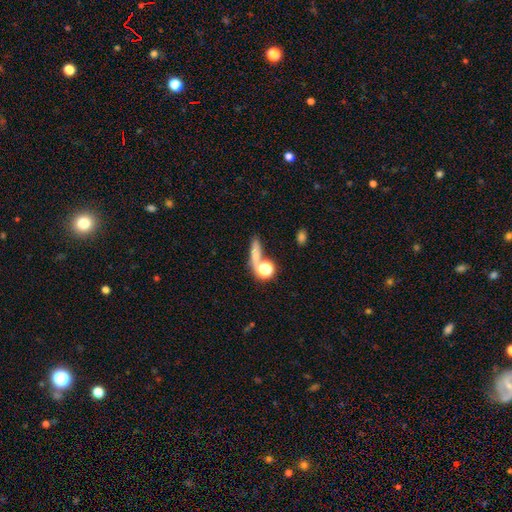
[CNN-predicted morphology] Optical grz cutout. It shows a smooth galaxy with no disk features (64%) that is cigar-shaped (46%). Merging: none (56%).